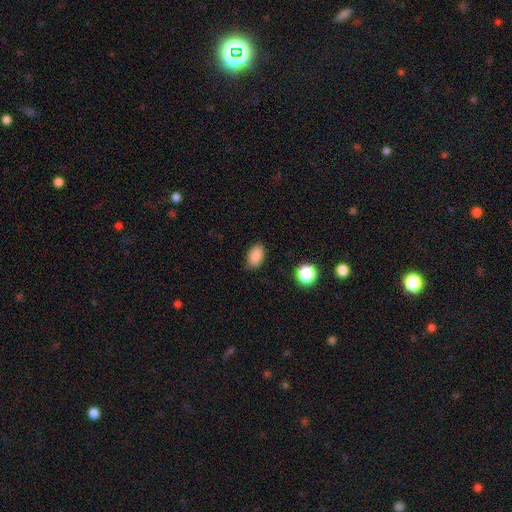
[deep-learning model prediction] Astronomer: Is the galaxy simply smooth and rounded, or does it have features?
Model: smooth — 87%.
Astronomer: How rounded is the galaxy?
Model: in between — 88%.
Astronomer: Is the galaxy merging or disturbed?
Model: none — 84%.